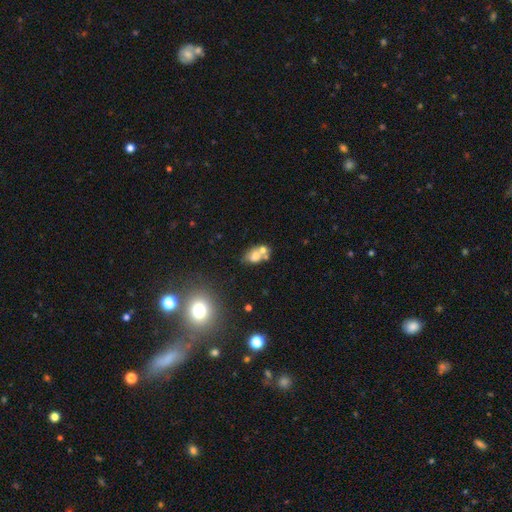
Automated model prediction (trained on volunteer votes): Overall: smooth (62%; featured or disk 24%). How rounded: in between (75%). Merging: merger (44%; none 35%).